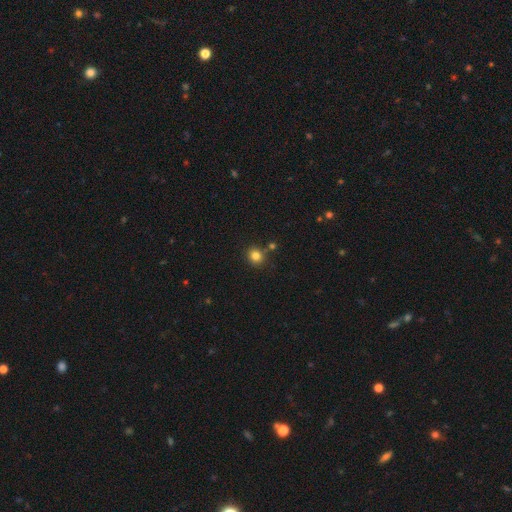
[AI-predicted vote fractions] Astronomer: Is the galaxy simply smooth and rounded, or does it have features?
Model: smooth — 82%.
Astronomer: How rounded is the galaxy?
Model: round — 84%.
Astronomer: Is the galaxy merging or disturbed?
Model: none — 78%.